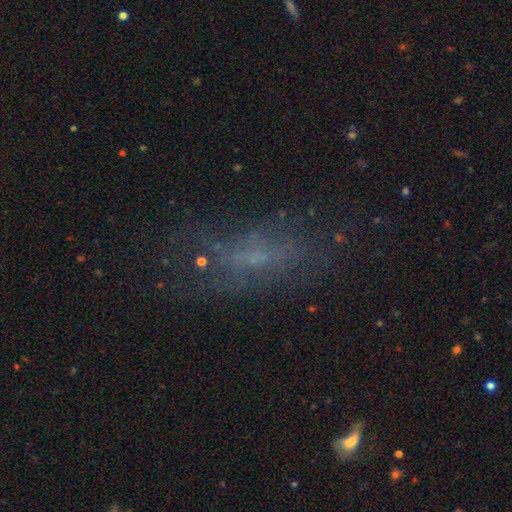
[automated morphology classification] The model was most divided on "smooth or featured": featured or disk: 40%, smooth: 39%, star or artifact: 21%. More confident: merging — none (52%).